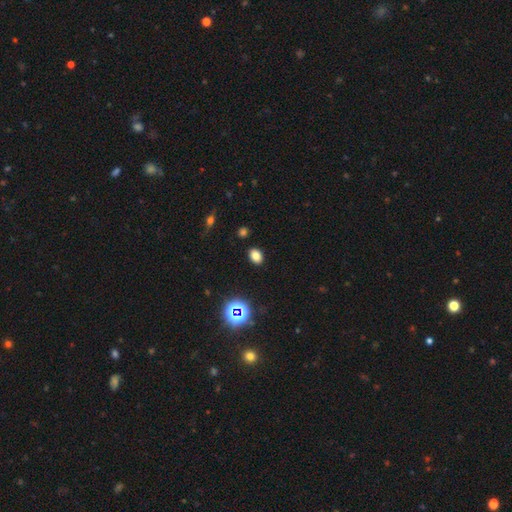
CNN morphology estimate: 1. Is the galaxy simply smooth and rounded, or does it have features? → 76% smooth, 17% star or artifact, 7% featured or disk.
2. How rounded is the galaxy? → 75% in between, 24% round, 1% cigar-shaped.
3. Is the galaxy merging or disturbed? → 89% none, 8% minor disturbance, 2% major disturbance, 1% merger.